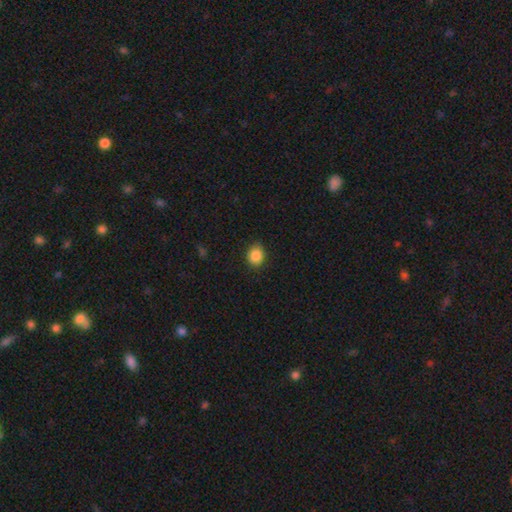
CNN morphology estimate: This appears to be a smooth galaxy with no disk features (86%) that is round (65%). Merging: none (85%).